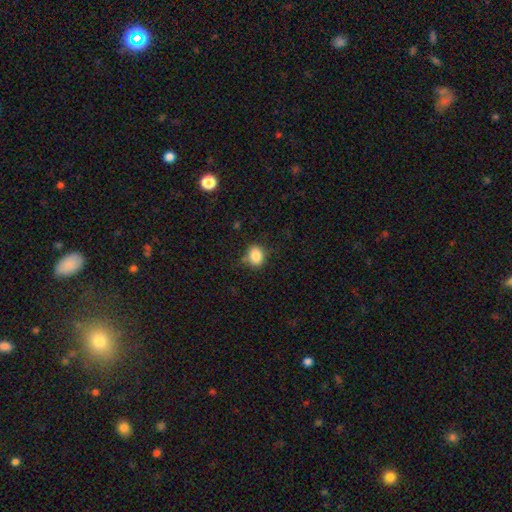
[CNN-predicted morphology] Smooth or featured? Predicted: smooth (p=0.85). How rounded? Predicted: round (p=0.59). Merging? Predicted: none (p=0.74).